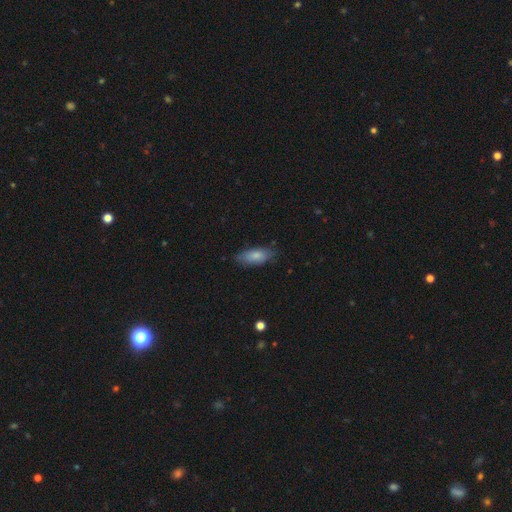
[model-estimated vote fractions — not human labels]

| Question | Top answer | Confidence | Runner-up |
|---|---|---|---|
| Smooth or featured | smooth | 80% | featured or disk (14%) |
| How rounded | in between | 82% | cigar-shaped (16%) |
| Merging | none | 73% | minor disturbance (21%) |